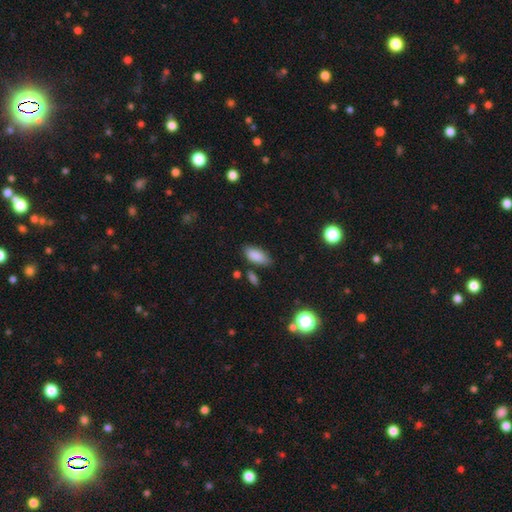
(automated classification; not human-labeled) A smooth galaxy with no disk features (87%) that is in between round and cigar-shaped (89%). Merging: none (77%).